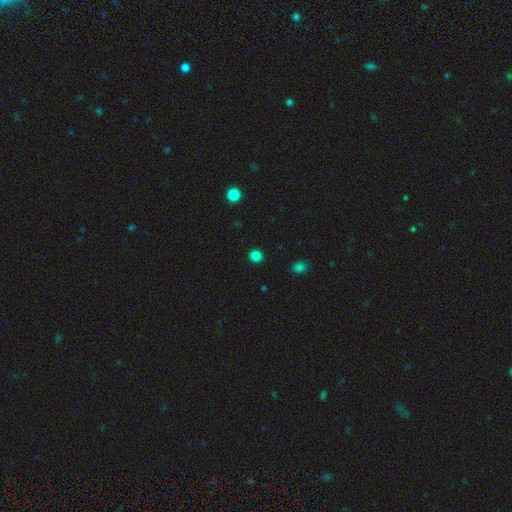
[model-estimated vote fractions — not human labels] smooth-or-featured: smooth: 83% | star or artifact: 14% | featured or disk: 3%
  how-rounded: round: 92% | in between: 7% | cigar-shaped: 1%
  merging: none: 92% | minor disturbance: 5% | major disturbance: 2% | merger: 1%